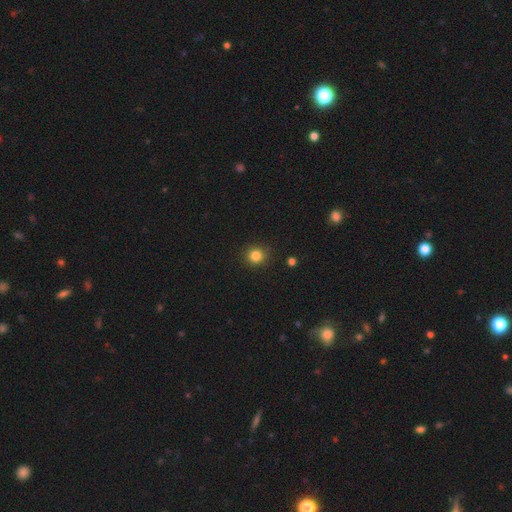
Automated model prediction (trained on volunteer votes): smooth 84%, star or artifact 12%, featured or disk 4%. Down the decision tree: how rounded — round (92%); merging — none (90%).